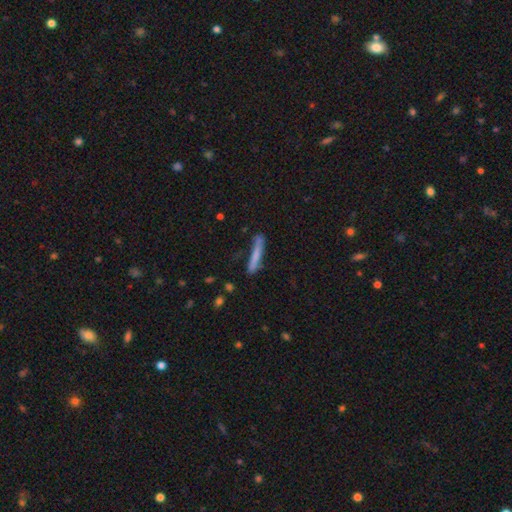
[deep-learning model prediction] Smooth or featured? Predicted: smooth (p=0.67). How rounded? Predicted: cigar-shaped (p=0.95). Merging? Predicted: none (p=0.72).